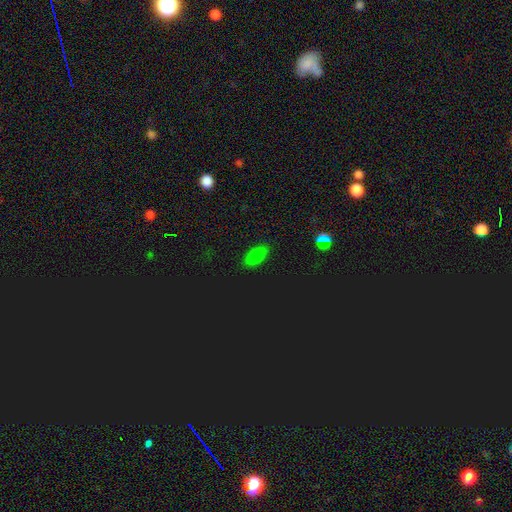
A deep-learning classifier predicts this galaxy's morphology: Smooth or featured?
  - smooth: 75% *
  - star or artifact: 19%
  - featured or disk: 6%
How rounded?
  - in between: 90% *
  - cigar-shaped: 6%
  - round: 4%
Merging?
  - none: 86% *
  - minor disturbance: 10%
  - major disturbance: 2%
  - merger: 1%